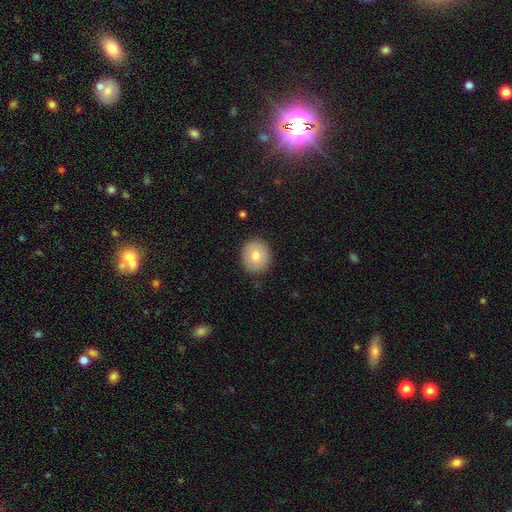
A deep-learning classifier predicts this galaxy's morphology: smooth 75%, featured or disk 16%, star or artifact 8%. Down the decision tree: how rounded — round (81%); merging — none (88%).